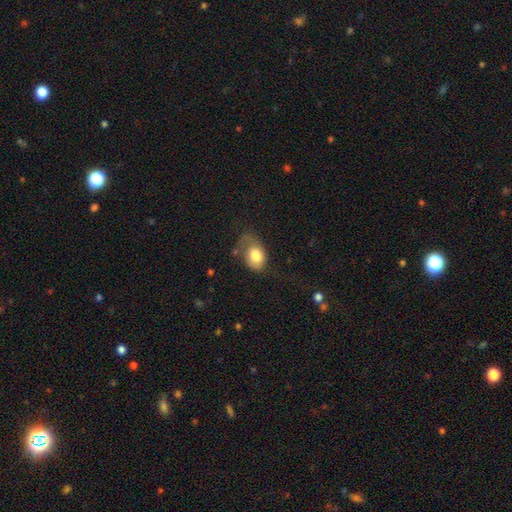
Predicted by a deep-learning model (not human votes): The model was most divided on "merging": none: 35%, minor disturbance: 32%, major disturbance: 29%, merger: 4%. More confident: how rounded — in between (76%); smooth or featured — smooth (74%).